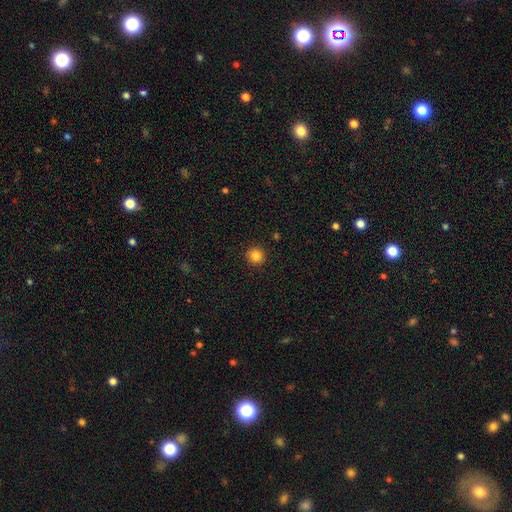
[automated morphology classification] smooth 84%, star or artifact 11%, featured or disk 5%. Down the decision tree: how rounded — round (95%); merging — none (93%).